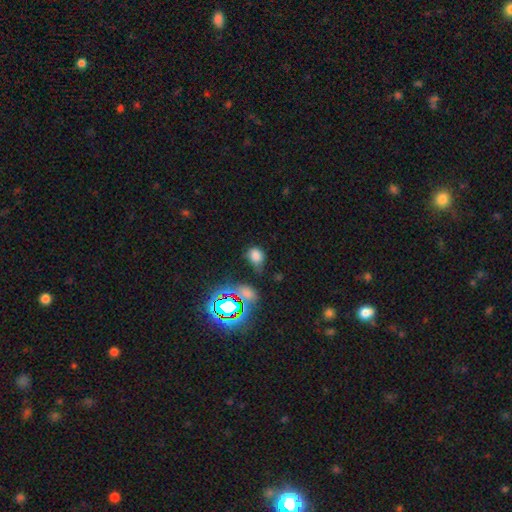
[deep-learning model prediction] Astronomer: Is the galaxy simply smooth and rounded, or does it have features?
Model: smooth — 69%.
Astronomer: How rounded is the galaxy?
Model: in between — 56% (runner-up: round, 42%).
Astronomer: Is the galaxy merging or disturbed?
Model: none — 48% (runner-up: minor disturbance, 31%).